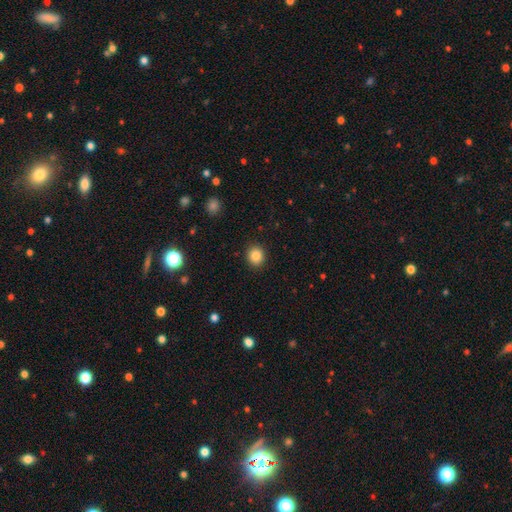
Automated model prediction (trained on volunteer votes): The model was most divided on "how rounded": round: 85%, in between: 14%, cigar-shaped: 1%. More confident: merging — none (91%); smooth or featured — smooth (85%).